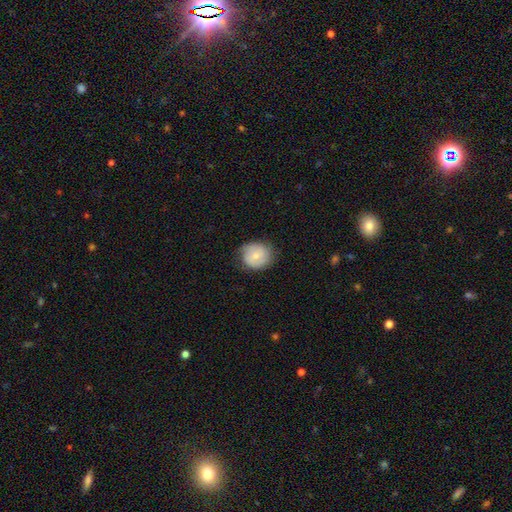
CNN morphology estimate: Overall: smooth (65%; featured or disk 28%). How rounded: round (81%). Merging: none (73%).